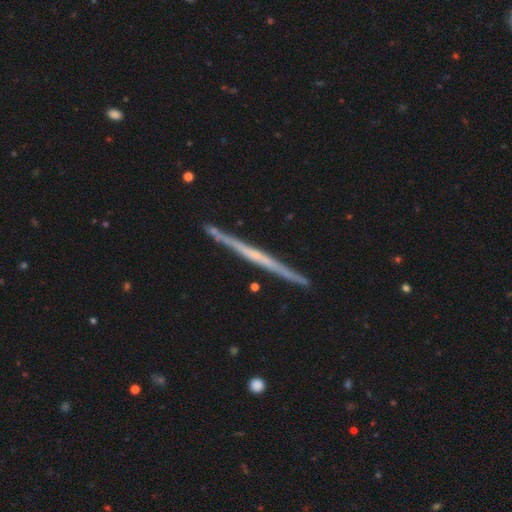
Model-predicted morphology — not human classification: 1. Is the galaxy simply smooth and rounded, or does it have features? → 73% featured or disk, 22% smooth, 5% star or artifact.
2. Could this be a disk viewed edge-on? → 98% yes, 2% no.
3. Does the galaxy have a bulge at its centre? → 71% none, 20% rounded, 8% boxy.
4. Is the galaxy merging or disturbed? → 91% none, 7% minor disturbance, 1% merger, 1% major disturbance.